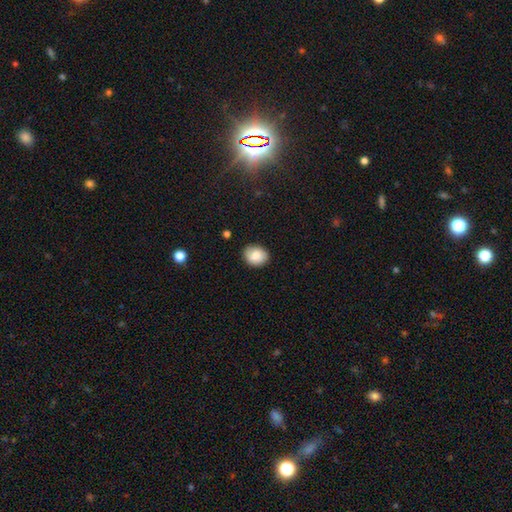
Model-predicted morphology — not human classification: smooth 78%, featured or disk 14%, star or artifact 8%. Down the decision tree: how rounded — round (53%); merging — none (81%).